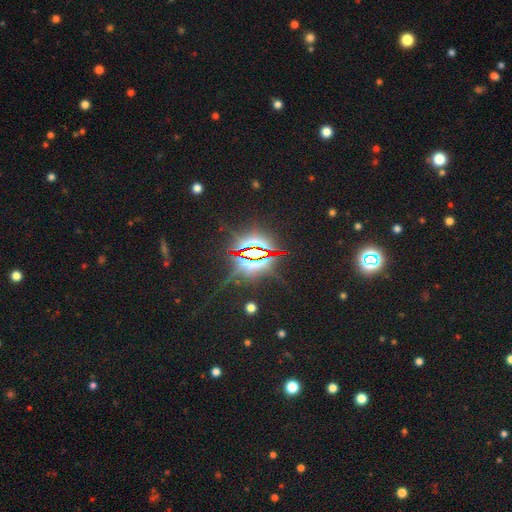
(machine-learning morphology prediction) Q: Smooth or featured?
A: star or artifact (84%); runner-up: featured or disk (9%)